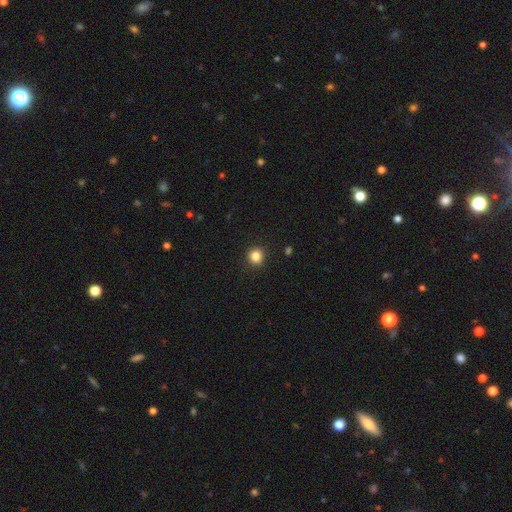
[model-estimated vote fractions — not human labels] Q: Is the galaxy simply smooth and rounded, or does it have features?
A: smooth — 84%.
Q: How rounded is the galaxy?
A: round — 89%.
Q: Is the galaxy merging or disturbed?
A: none — 90%.